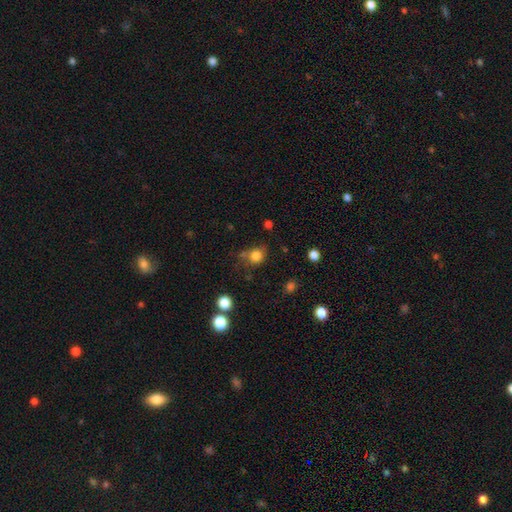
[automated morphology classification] Smooth or featured?
  - smooth: 81% *
  - star or artifact: 12%
  - featured or disk: 6%
How rounded?
  - round: 74% *
  - in between: 25%
  - cigar-shaped: 1%
Merging?
  - none: 60% *
  - minor disturbance: 24%
  - major disturbance: 10%
  - merger: 7%